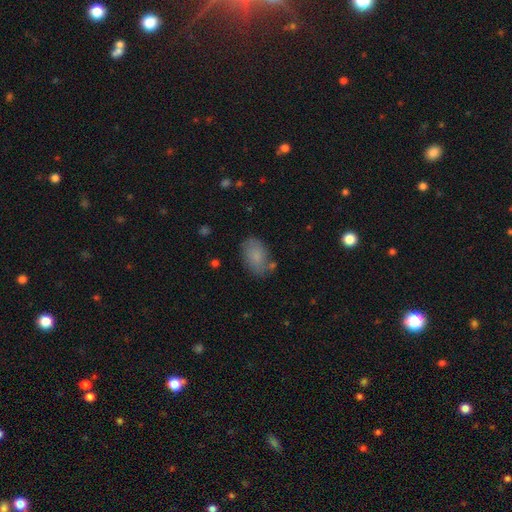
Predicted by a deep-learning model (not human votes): Morphology: type=smooth (79%); roundness=in between (89%); merging=none (71%).